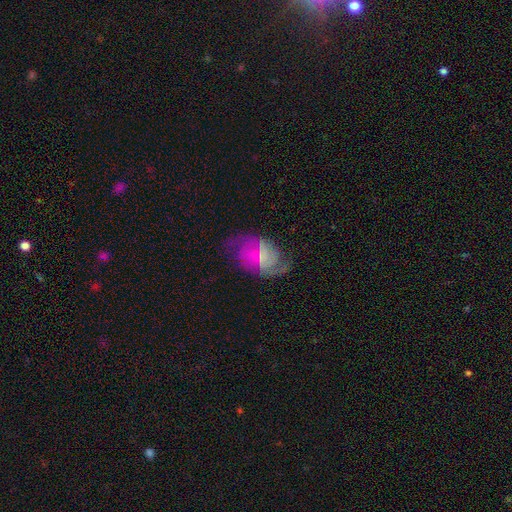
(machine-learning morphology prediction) This is likely a featured or disk galaxy (74%). It is clearly not viewed edge-on (97%). Bar: possibly weak (52%). Spiral arm pattern: clearly yes (89%). Spiral arm count: possibly 2 (58%). Spiral winding: possibly medium (47%). Central bulge: possibly small (51%). Merging: possibly none (56%).